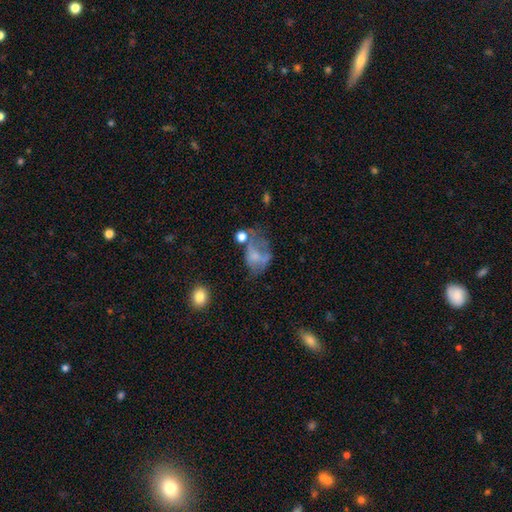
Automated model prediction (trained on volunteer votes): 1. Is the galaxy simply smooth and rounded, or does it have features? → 50% smooth, 36% featured or disk, 14% star or artifact.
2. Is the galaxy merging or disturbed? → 36% major disturbance, 26% none, 22% minor disturbance, 16% merger.